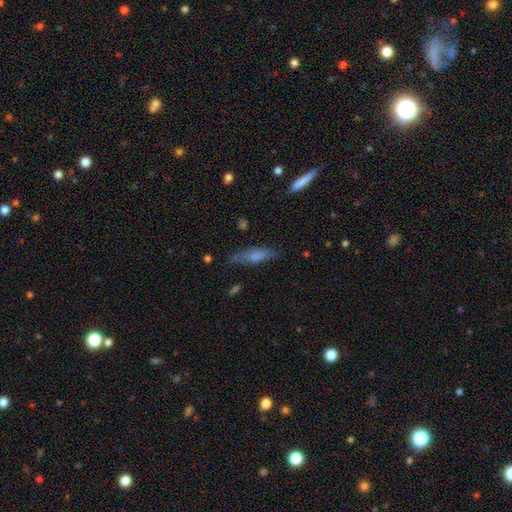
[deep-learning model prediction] smooth_or_featured: smooth (p=0.67) [alt: featured or disk p=0.26]
how_rounded: cigar-shaped (p=0.58) [alt: in between p=0.39]
merging: none (p=0.74) [alt: minor disturbance p=0.19]